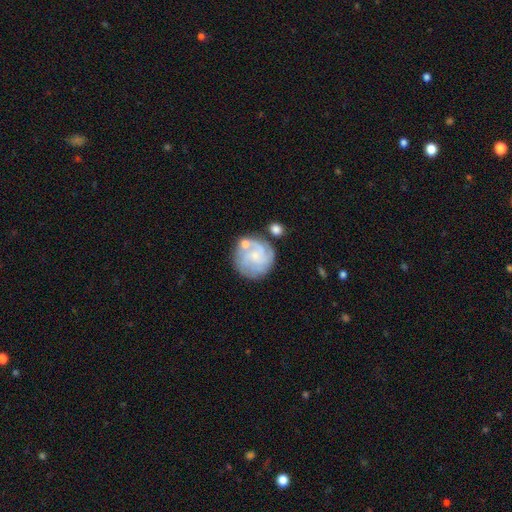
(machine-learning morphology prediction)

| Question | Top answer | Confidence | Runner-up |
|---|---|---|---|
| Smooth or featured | featured or disk | 71% | smooth (22%) |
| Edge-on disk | no | 98% | yes (2%) |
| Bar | no | 71% | weak (25%) |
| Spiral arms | yes | 91% | no (9%) |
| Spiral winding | tight | 56% | medium (34%) |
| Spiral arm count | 3 | 33% | can't tell (26%) |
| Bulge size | small | 69% | moderate (20%) |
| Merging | none | 67% | minor disturbance (16%) |